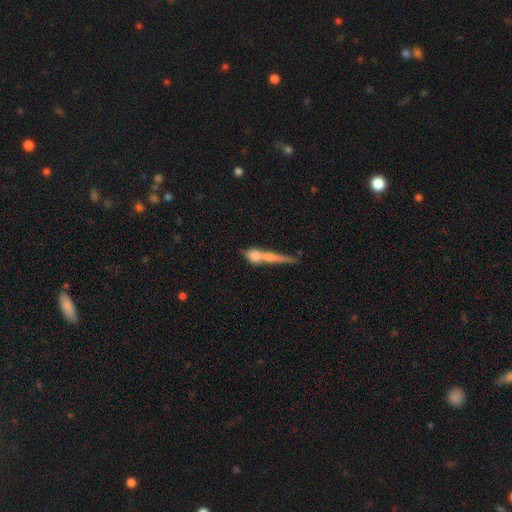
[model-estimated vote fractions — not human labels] smooth_or_featured: smooth (p=0.60) [alt: featured or disk p=0.31]
how_rounded: cigar-shaped (p=0.55) [alt: in between p=0.25]
merging: merger (p=0.51) [alt: none p=0.30]